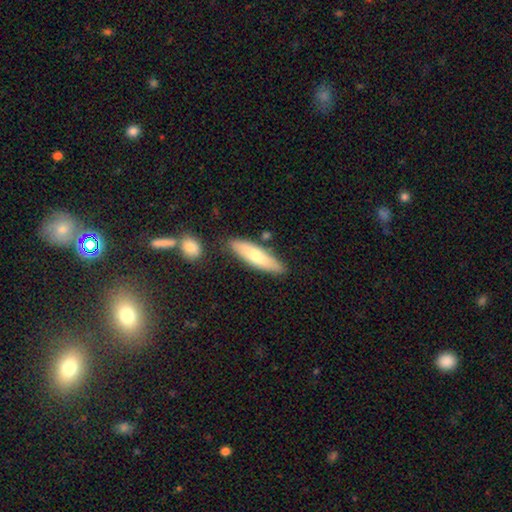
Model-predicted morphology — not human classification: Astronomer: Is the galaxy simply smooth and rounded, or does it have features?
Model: smooth — 63%.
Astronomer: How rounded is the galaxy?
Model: cigar-shaped — 63%.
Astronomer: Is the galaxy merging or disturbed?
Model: none — 80%.